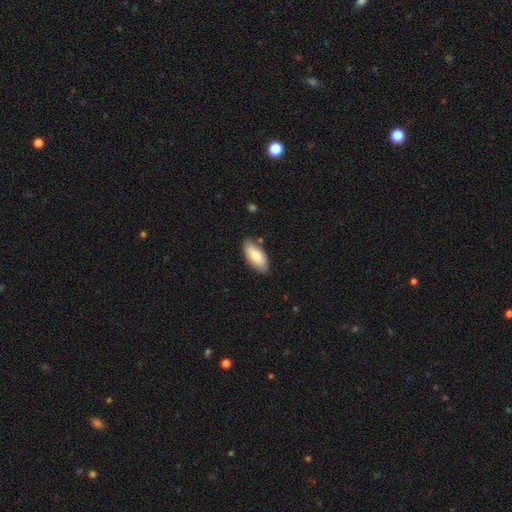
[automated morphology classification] type=smooth (80%); roundness=in between (89%); merging=none (82%).